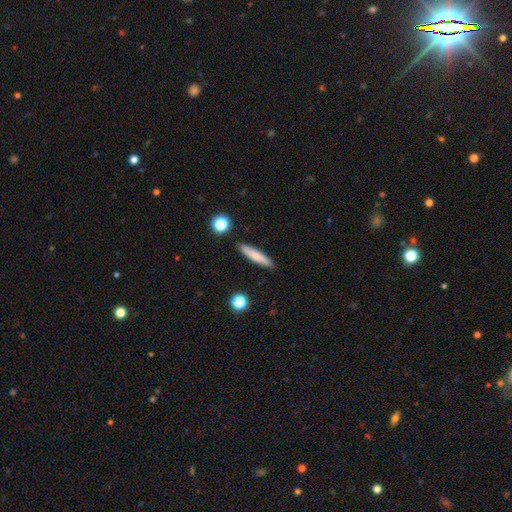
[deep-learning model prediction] smooth-or-featured: smooth: 78% | featured or disk: 16% | star or artifact: 7%
  how-rounded: cigar-shaped: 88% | in between: 11% | round: 2%
  merging: none: 90% | minor disturbance: 7% | merger: 2% | major disturbance: 2%